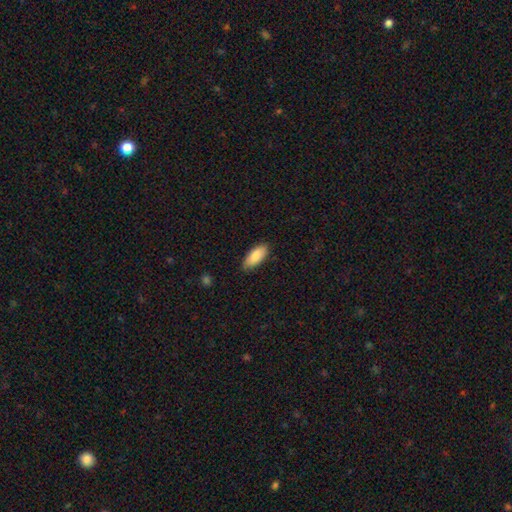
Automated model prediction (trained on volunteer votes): Smooth or featured? smooth (86%)
How rounded? in between (84%)
Merging? none (83%)